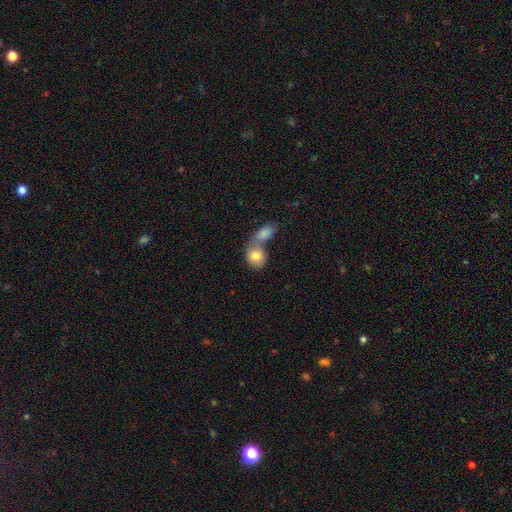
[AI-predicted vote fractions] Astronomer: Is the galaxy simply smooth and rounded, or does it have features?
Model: smooth — 80%.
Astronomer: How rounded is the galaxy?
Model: round — 56% (runner-up: in between, 42%).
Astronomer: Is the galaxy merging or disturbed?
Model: merger — 63%.